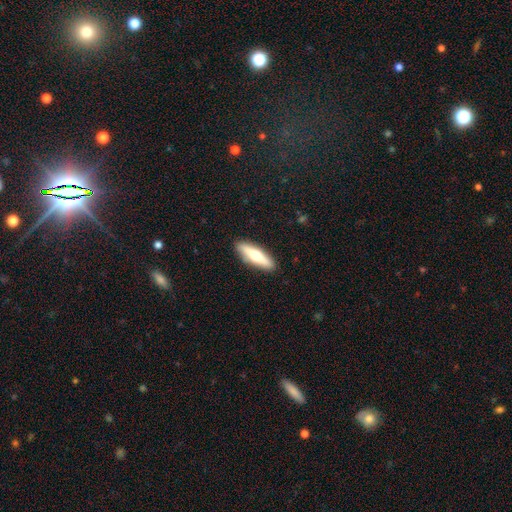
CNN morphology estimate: smooth-or-featured: smooth: 51% | featured or disk: 44% | star or artifact: 6%
  how-rounded: cigar-shaped: 63% | in between: 35% | round: 2%
  merging: none: 90% | minor disturbance: 8% | major disturbance: 2% | merger: 1%